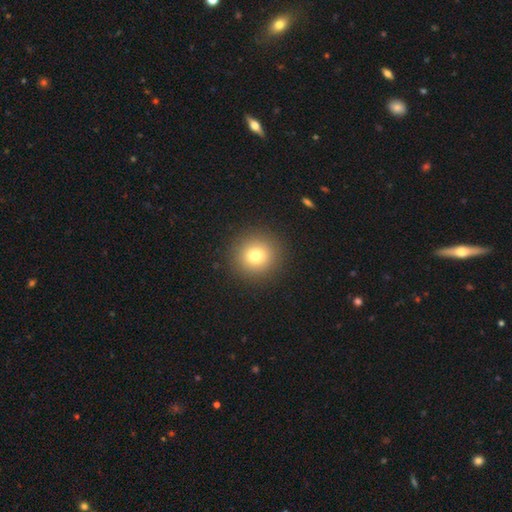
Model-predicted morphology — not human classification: Smooth or featured? smooth (76%)
How rounded? round (92%)
Merging? none (91%)